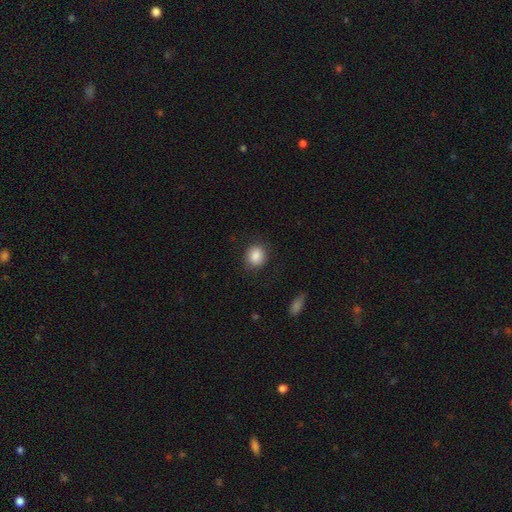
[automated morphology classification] Smooth or featured?
  - smooth: 86% *
  - star or artifact: 8%
  - featured or disk: 5%
How rounded?
  - round: 73% *
  - in between: 26%
  - cigar-shaped: 1%
Merging?
  - none: 81% *
  - minor disturbance: 13%
  - major disturbance: 4%
  - merger: 1%